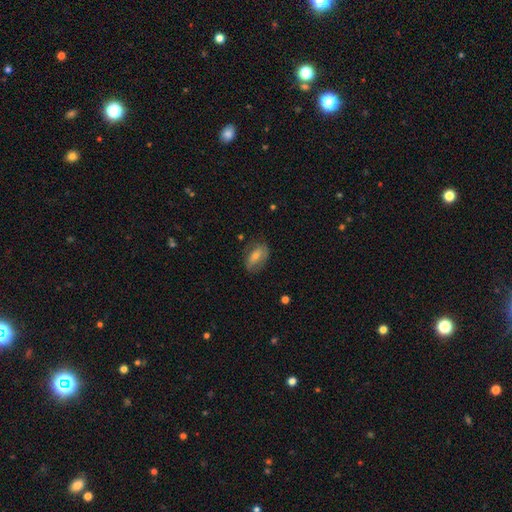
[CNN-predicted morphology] This is possibly a smooth galaxy (56%). How rounded: clearly in between (85%). Merging: likely none (69%).